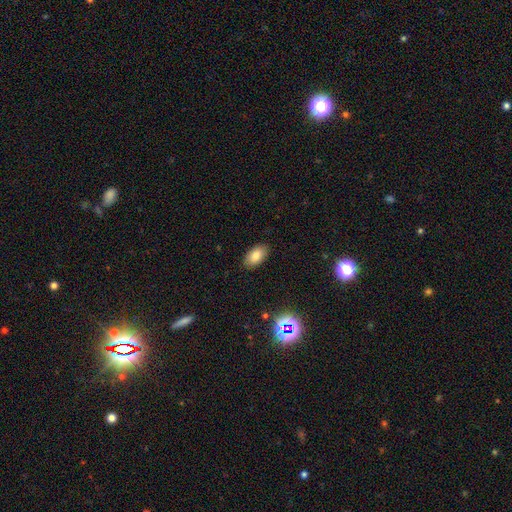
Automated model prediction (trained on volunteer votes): The model was most divided on "smooth or featured": smooth: 81%, star or artifact: 10%, featured or disk: 9%. More confident: how rounded — in between (93%); merging — none (88%).